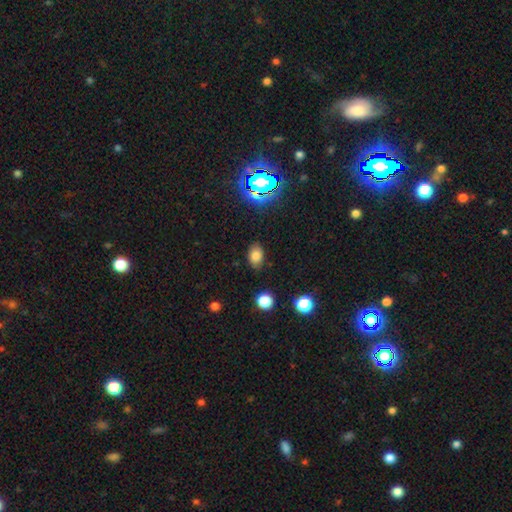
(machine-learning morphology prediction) smooth-or-featured: smooth: 77% | star or artifact: 15% | featured or disk: 7%
  how-rounded: in between: 81% | round: 18% | cigar-shaped: 1%
  merging: none: 84% | minor disturbance: 11% | major disturbance: 3% | merger: 2%